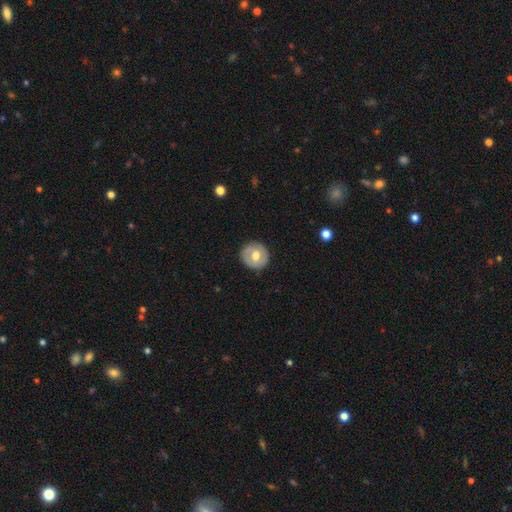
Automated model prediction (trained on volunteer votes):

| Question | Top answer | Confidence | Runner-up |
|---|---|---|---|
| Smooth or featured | smooth | 56% | featured or disk (38%) |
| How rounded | round | 91% | in between (8%) |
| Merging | none | 88% | minor disturbance (9%) |